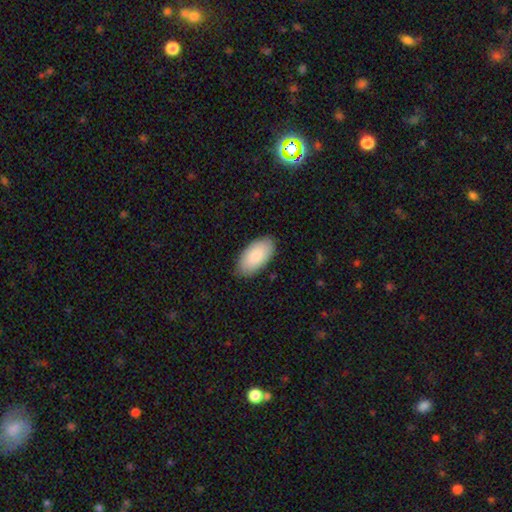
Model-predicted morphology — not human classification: type=smooth (87%); roundness=in between (96%); merging=none (83%).